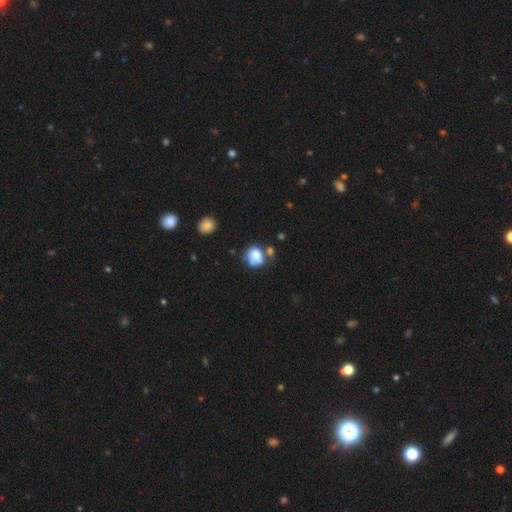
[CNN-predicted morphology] type=smooth (75%); roundness=round (71%); merging=none (47%).